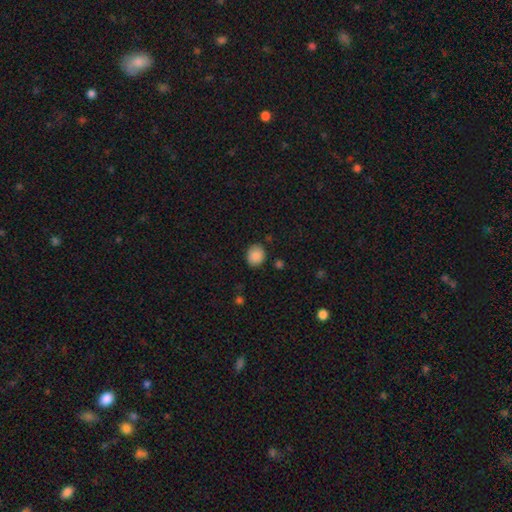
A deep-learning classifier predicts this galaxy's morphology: smooth 87%, star or artifact 9%, featured or disk 4%. Down the decision tree: how rounded — round (74%); merging — none (85%).